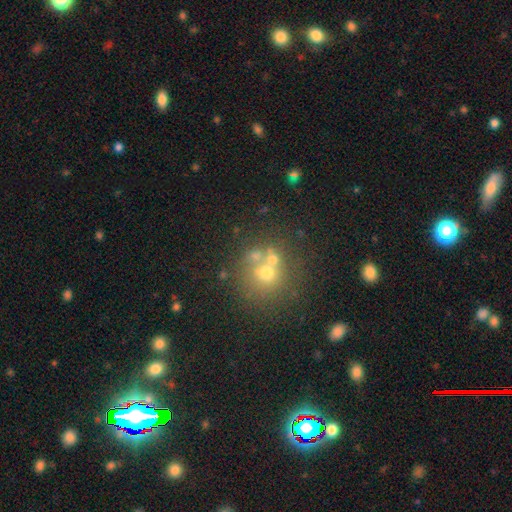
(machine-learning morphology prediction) Q: Smooth or featured?
A: smooth (55%); runner-up: featured or disk (24%)
Q: How rounded?
A: round (87%); runner-up: in between (12%)
Q: Merging?
A: none (57%); runner-up: merger (29%)